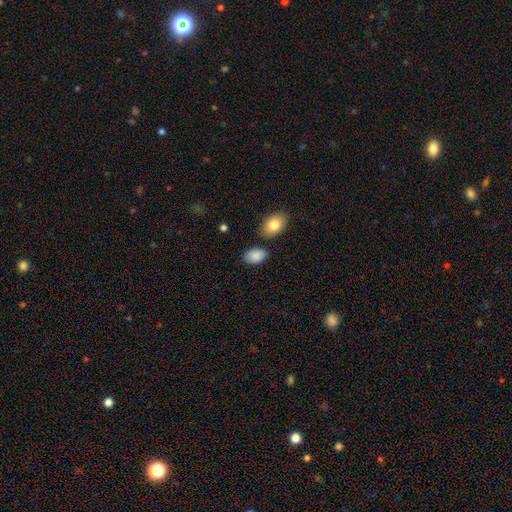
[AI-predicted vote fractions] A smooth galaxy with no disk features (87%) that is in between round and cigar-shaped (87%). Merging: none (74%).